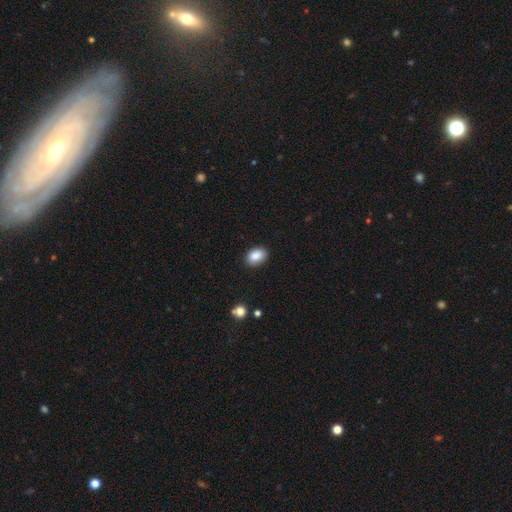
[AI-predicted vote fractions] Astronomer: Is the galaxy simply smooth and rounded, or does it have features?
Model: smooth — 89%.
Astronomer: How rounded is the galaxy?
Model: in between — 82%.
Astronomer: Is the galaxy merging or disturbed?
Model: none — 86%.